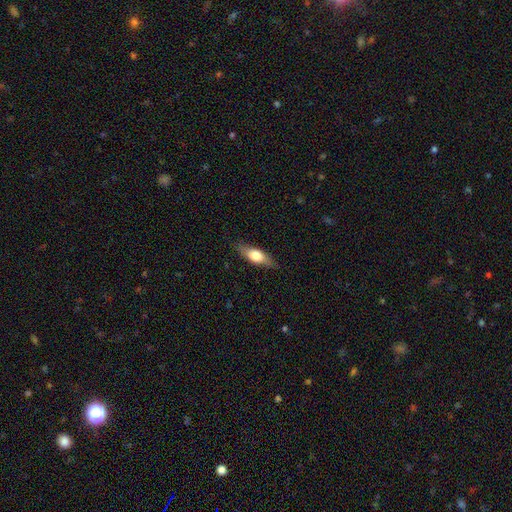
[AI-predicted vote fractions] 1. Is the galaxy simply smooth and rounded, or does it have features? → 60% smooth, 34% featured or disk, 6% star or artifact.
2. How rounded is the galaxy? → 58% in between, 38% cigar-shaped, 4% round.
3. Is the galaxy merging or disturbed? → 83% none, 13% minor disturbance, 3% major disturbance, 1% merger.